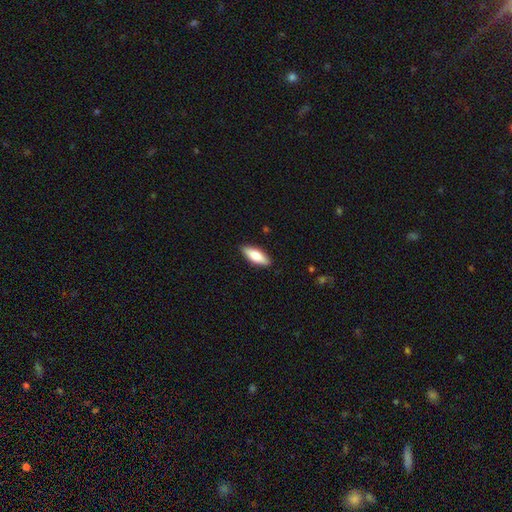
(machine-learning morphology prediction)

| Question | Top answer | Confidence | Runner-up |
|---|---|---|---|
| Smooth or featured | smooth | 74% | featured or disk (21%) |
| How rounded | in between | 68% | cigar-shaped (30%) |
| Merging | none | 89% | minor disturbance (9%) |